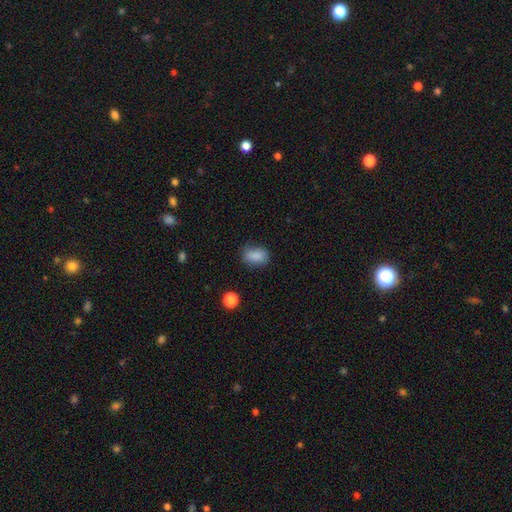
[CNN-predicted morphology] This is clearly a smooth galaxy (85%). How rounded: clearly in between (80%). Merging: likely none (71%).